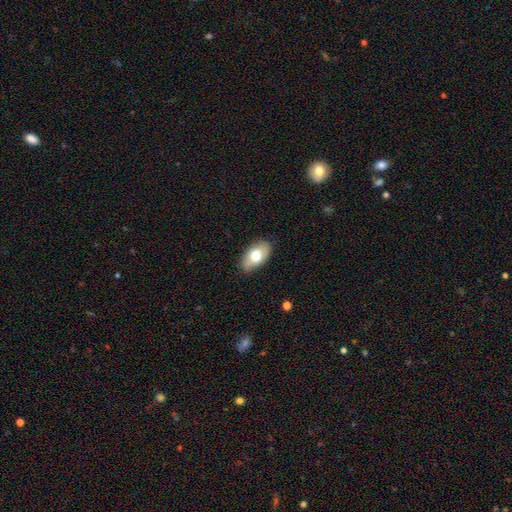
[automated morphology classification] smooth 69%, featured or disk 24%, star or artifact 7%. Down the decision tree: how rounded — in between (92%); merging — none (78%).